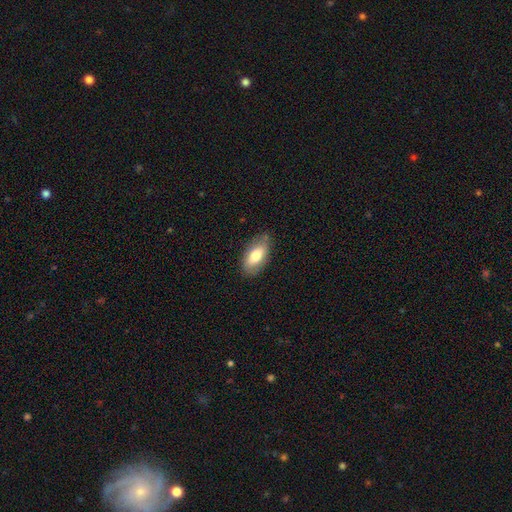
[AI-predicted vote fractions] This appears to be a smooth galaxy with no disk features (73%) that is in between round and cigar-shaped (91%). Merging: none (80%).